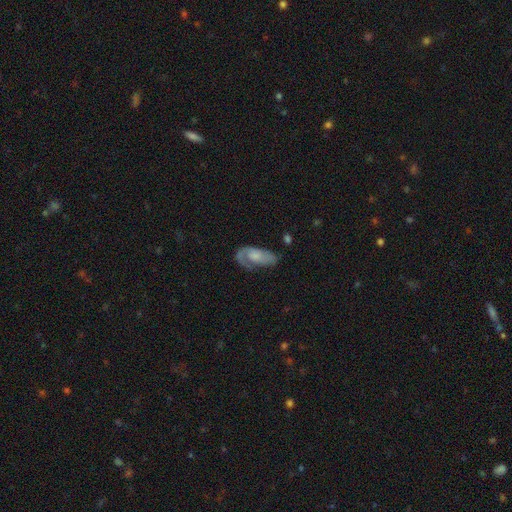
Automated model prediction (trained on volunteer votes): smooth-or-featured: featured or disk: 63% | smooth: 30% | star or artifact: 7%
  disk-edge-on: no: 94% | yes: 6%
    bar: no: 73% | weak: 23% | strong: 4%
    has-spiral-arms: yes: 84% | no: 16%
    bulge-size: small: 31% | moderate: 29% | none: 25% | large: 13% | dominant: 2%
  merging: none: 48% | minor disturbance: 25% | major disturbance: 24% | merger: 3%